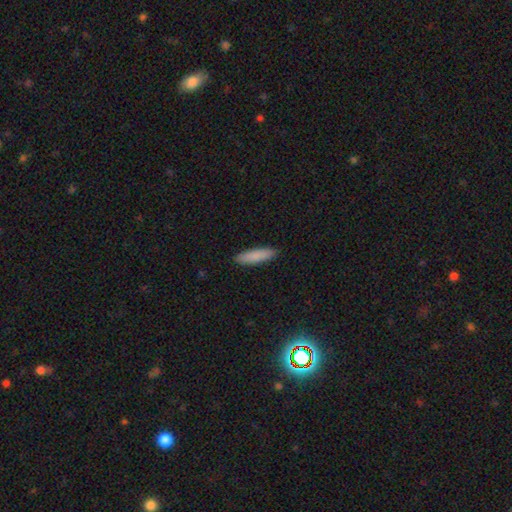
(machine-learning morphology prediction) Smooth or featured: smooth — 86% (featured or disk — 8%)
How rounded: cigar-shaped — 74% (in between — 25%)
Merging: none — 91% (minor disturbance — 7%)